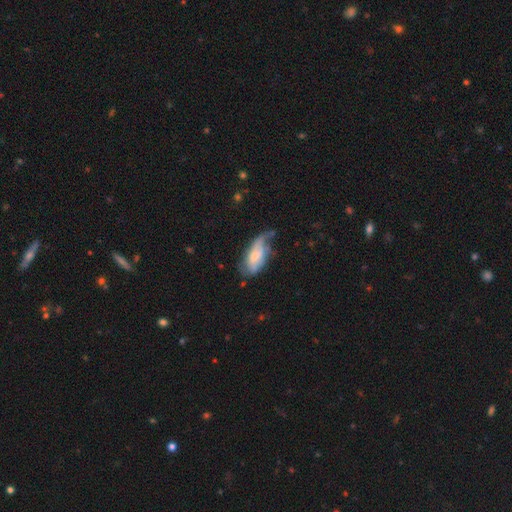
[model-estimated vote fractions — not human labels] Overall: smooth (51%; featured or disk 42%). How rounded: in between (87%). Merging: minor disturbance (36%; none 30%).